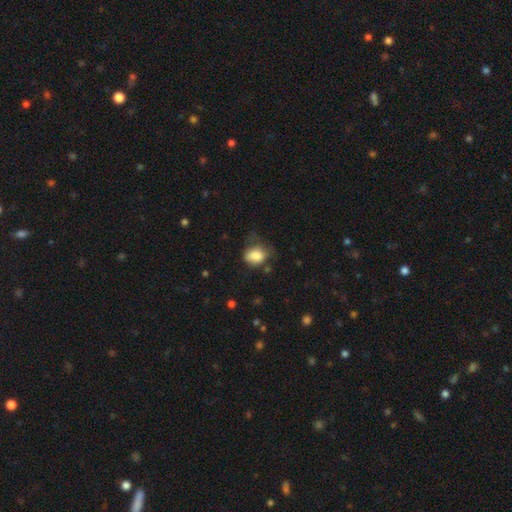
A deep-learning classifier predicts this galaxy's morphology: smooth_or_featured: smooth (p=0.82) [alt: featured or disk p=0.10]
how_rounded: in between (p=0.57) [alt: round p=0.42]
merging: none (p=0.43) [alt: minor disturbance p=0.35]